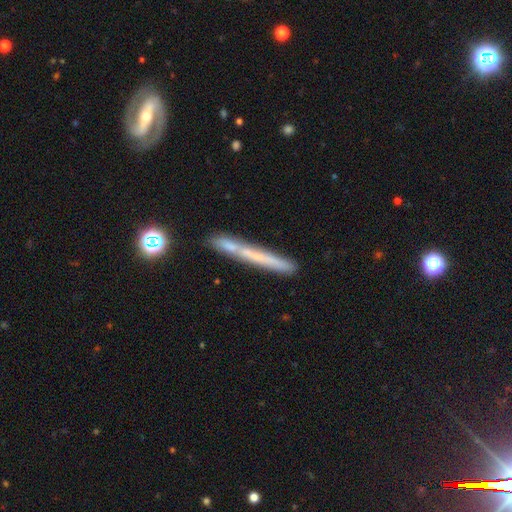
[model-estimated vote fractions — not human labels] This is possibly a smooth galaxy (49%). Merging: likely none (75%).